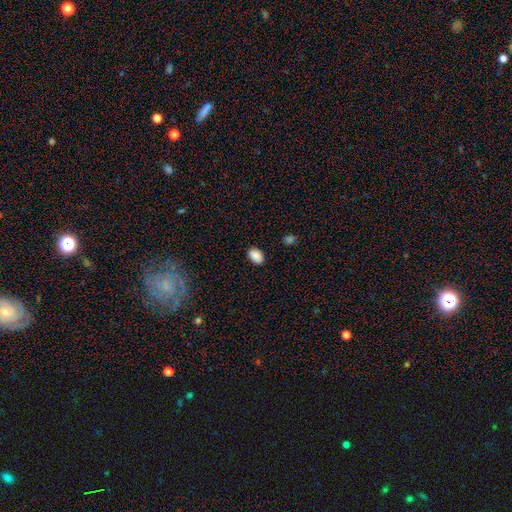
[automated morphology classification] This appears to be a smooth galaxy with no disk features (89%) that is in between round and cigar-shaped (87%). Merging: none (87%).